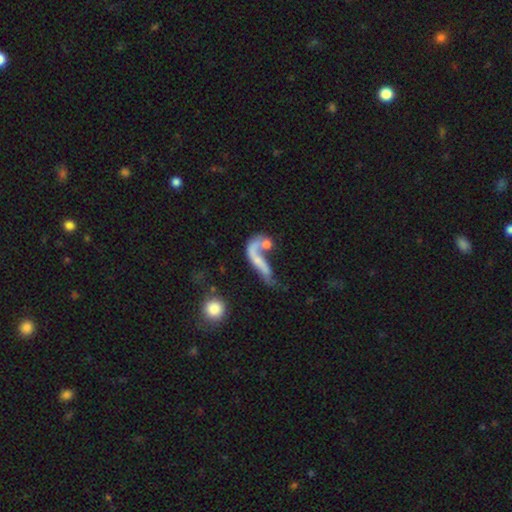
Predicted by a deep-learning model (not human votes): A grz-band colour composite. It shows a featured or disk galaxy (55%). Merging: merger (39%).